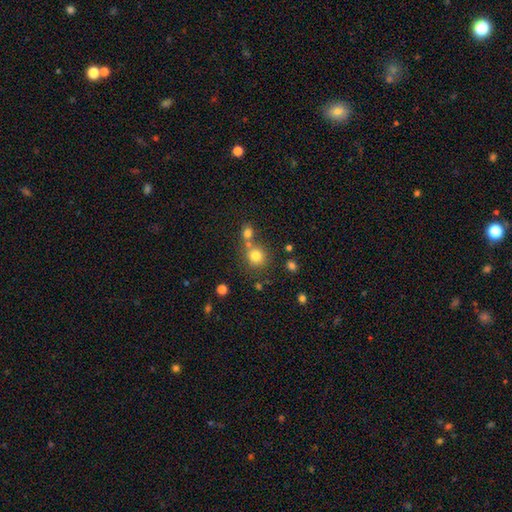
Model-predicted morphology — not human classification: A smooth galaxy with no disk features (79%) that is round (88%). Merging: none (63%).